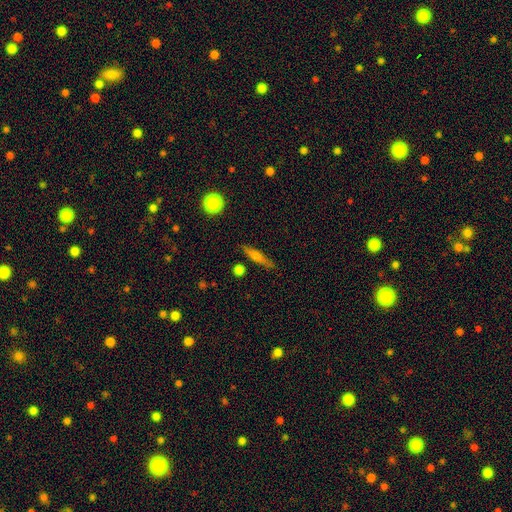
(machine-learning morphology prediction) This is possibly a smooth galaxy (49%). Merging: clearly none (84%).